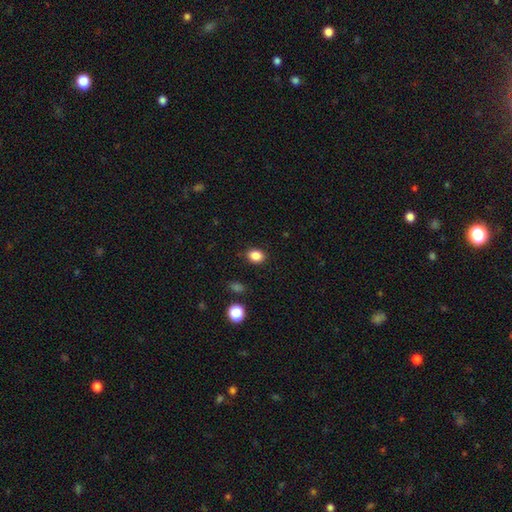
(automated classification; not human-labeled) Q: Smooth or featured?
A: smooth (86%); runner-up: star or artifact (11%)
Q: How rounded?
A: round (51%); runner-up: in between (48%)
Q: Merging?
A: none (87%); runner-up: minor disturbance (9%)